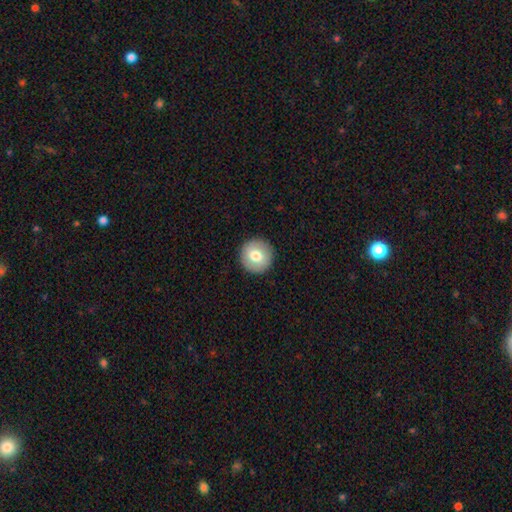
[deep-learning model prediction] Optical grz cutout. It shows a smooth galaxy with no disk features (75%) that is round (95%). Merging: none (92%).